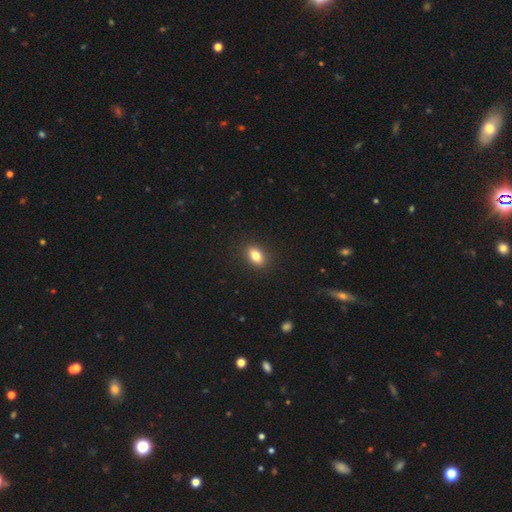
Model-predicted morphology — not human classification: This is clearly a smooth galaxy (83%). How rounded: clearly in between (83%). Merging: clearly none (90%).